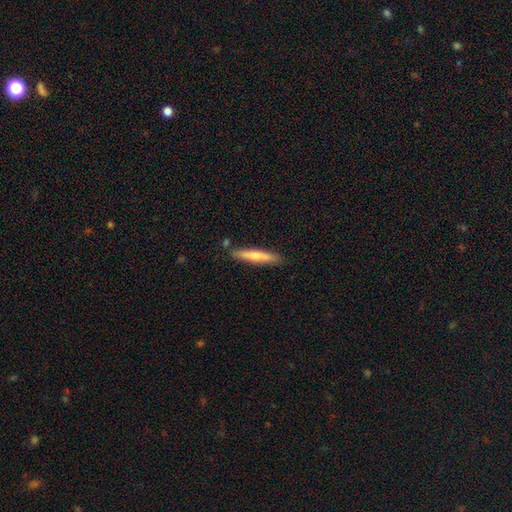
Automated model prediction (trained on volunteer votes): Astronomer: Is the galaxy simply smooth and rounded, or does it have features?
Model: smooth — 64%.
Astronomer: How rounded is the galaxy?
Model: cigar-shaped — 92%.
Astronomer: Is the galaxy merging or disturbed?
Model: none — 83%.